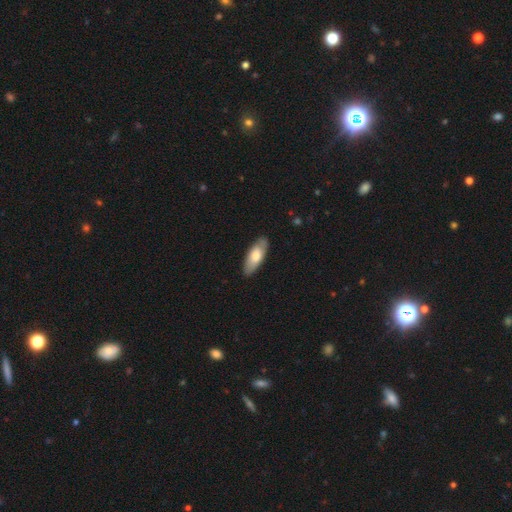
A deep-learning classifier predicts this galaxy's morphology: This appears to be a smooth galaxy with no disk features (67%) that is in between round and cigar-shaped (73%). Merging: none (85%).